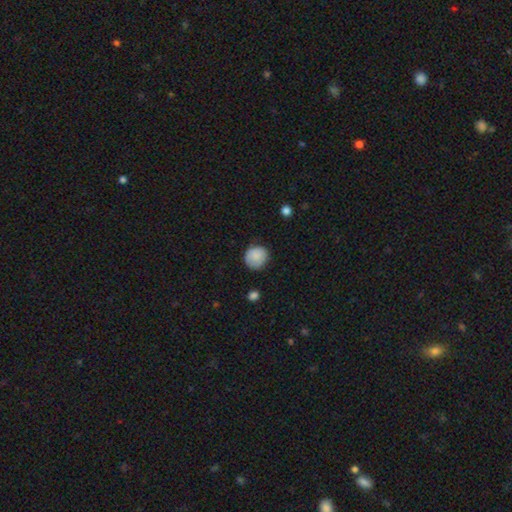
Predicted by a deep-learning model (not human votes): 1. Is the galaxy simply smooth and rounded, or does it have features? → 86% smooth, 8% star or artifact, 7% featured or disk.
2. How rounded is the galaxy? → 89% round, 10% in between, 1% cigar-shaped.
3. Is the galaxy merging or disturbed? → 78% none, 17% minor disturbance, 4% major disturbance, 1% merger.